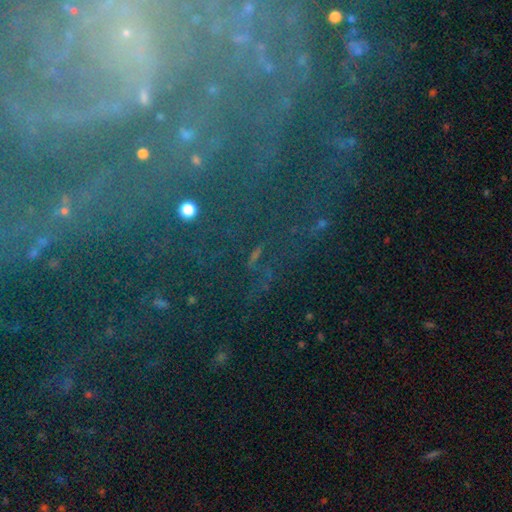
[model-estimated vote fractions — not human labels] Smooth or featured? Predicted: star or artifact (p=0.62).